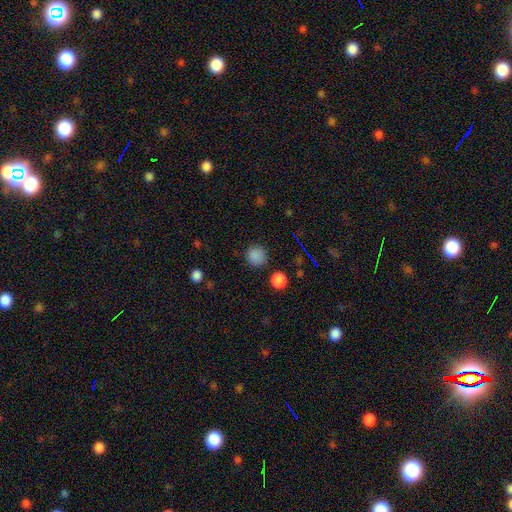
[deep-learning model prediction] This appears to be a smooth galaxy with no disk features (85%) that is round (93%). Merging: none (87%).